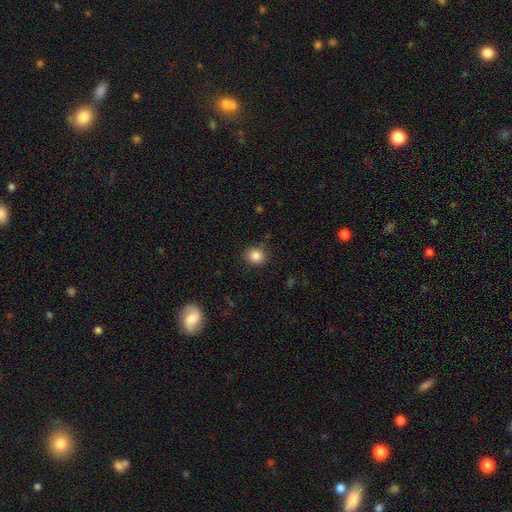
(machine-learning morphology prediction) type=smooth (85%); roundness=round (85%); merging=none (87%).